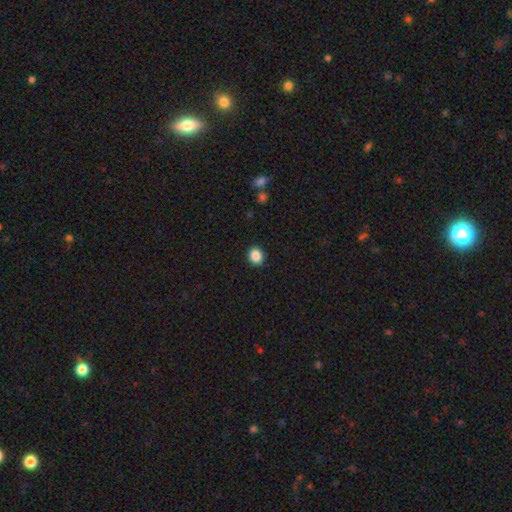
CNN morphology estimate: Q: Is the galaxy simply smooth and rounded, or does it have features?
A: smooth — 87%.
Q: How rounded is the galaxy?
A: round — 76%.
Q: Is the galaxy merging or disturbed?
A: none — 91%.